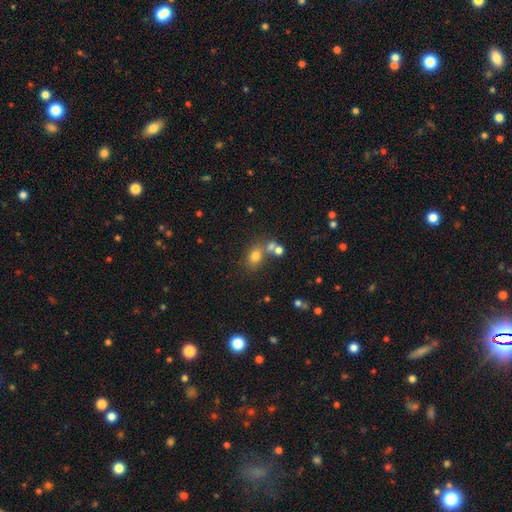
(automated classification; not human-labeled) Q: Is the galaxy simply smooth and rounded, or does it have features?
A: smooth — 72%.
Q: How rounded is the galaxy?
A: in between — 55%.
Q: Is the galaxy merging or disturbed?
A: none — 58%.